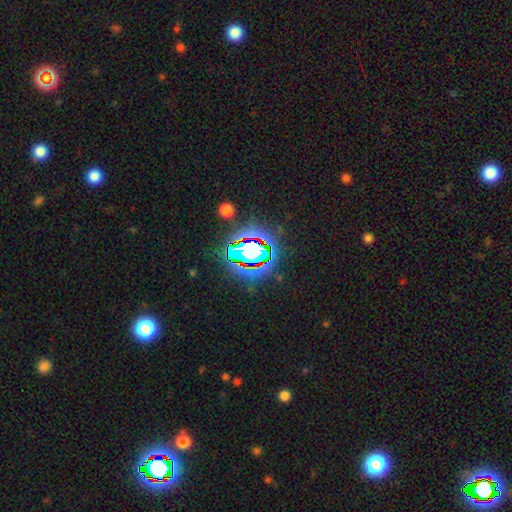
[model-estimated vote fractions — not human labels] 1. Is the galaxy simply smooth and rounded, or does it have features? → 78% star or artifact, 13% smooth, 9% featured or disk.